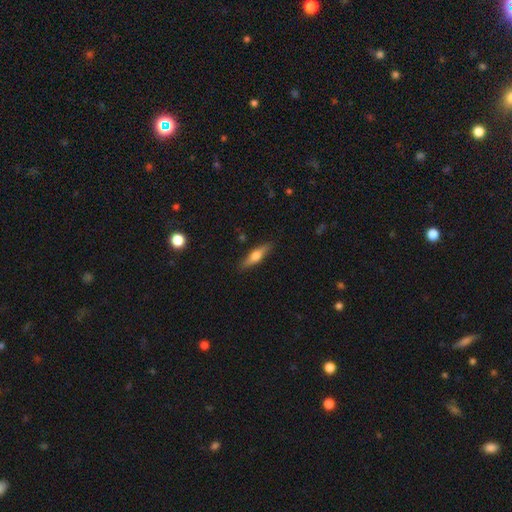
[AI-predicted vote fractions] The model was most divided on "smooth or featured": smooth: 49%, featured or disk: 45%, star or artifact: 6%. More confident: merging — none (88%).